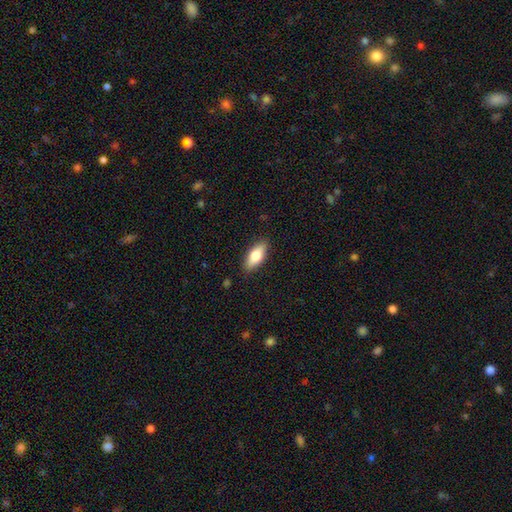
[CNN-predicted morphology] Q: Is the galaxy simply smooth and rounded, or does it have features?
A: smooth — 71%.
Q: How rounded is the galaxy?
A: in between — 78%.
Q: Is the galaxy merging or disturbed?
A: none — 87%.